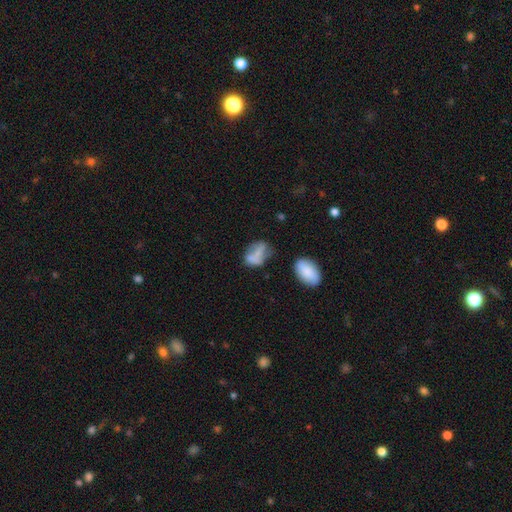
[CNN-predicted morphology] Smooth or featured: smooth — 60% (featured or disk — 29%)
How rounded: in between — 81% (round — 15%)
Merging: none — 39% (minor disturbance — 27%)